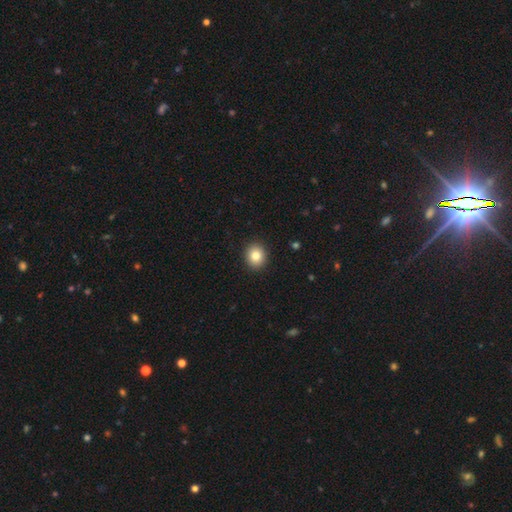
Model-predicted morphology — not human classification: The model was most divided on "how rounded": round: 77%, in between: 22%, cigar-shaped: 1%. More confident: merging — none (92%); smooth or featured — smooth (83%).